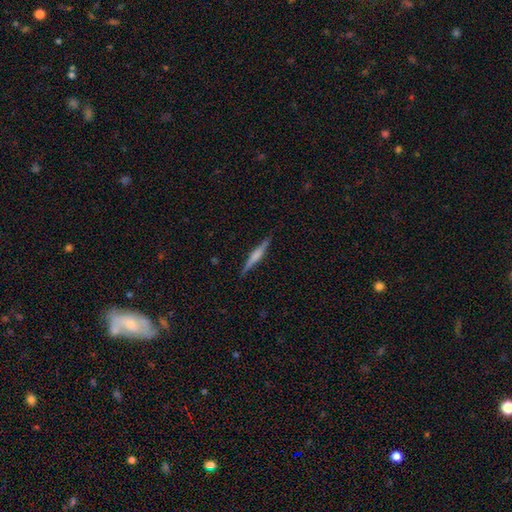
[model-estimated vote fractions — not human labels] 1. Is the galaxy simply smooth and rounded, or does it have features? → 57% featured or disk, 37% smooth, 6% star or artifact.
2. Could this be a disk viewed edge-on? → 97% yes, 3% no.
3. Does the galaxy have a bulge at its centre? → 45% rounded, 32% boxy, 23% none.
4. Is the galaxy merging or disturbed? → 87% none, 10% minor disturbance, 2% major disturbance, 1% merger.